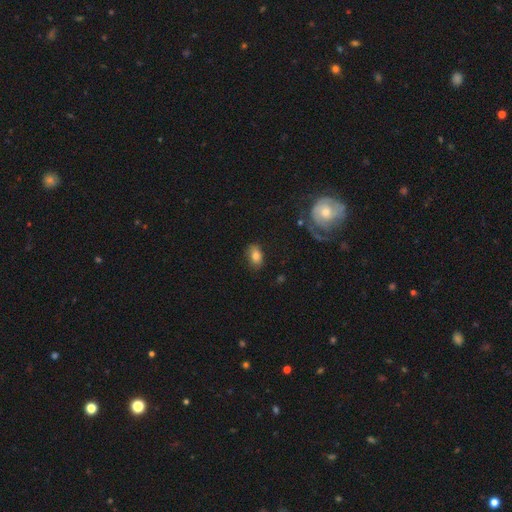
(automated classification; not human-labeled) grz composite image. It shows a smooth galaxy with no disk features (79%) that is in between round and cigar-shaped (85%). Merging: none (78%).